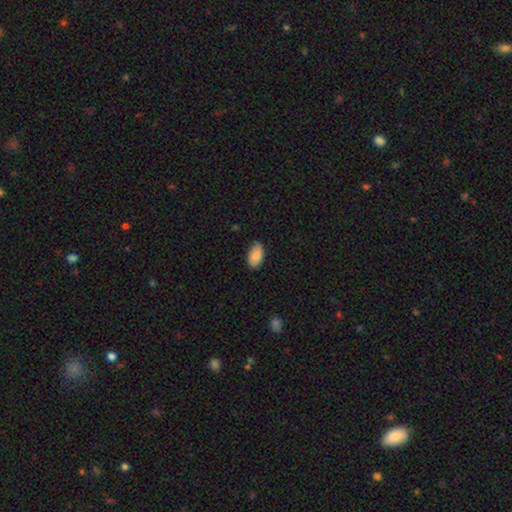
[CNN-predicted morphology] Q: Smooth or featured?
A: smooth (85%); runner-up: featured or disk (9%)
Q: How rounded?
A: in between (94%); runner-up: round (4%)
Q: Merging?
A: none (77%); runner-up: minor disturbance (19%)